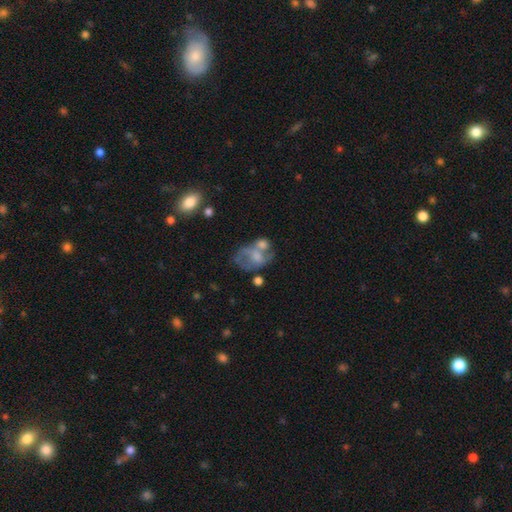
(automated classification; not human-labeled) smooth_or_featured: featured or disk (p=0.45) [alt: smooth p=0.44]
merging: merger (p=0.36) [alt: none p=0.24]